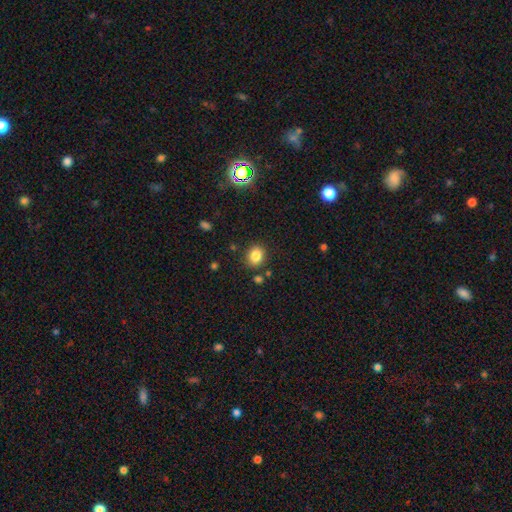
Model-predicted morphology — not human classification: The model was most divided on "how rounded": round: 53%, in between: 46%, cigar-shaped: 1%. More confident: smooth or featured — smooth (84%); merging — none (83%).